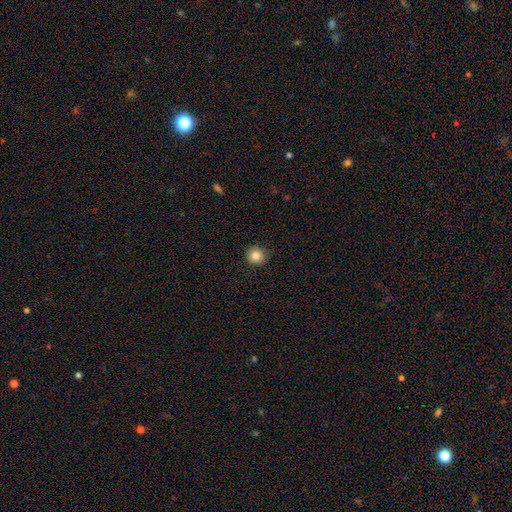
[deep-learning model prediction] A smooth galaxy with no disk features (84%) that is round (91%). Merging: none (89%).